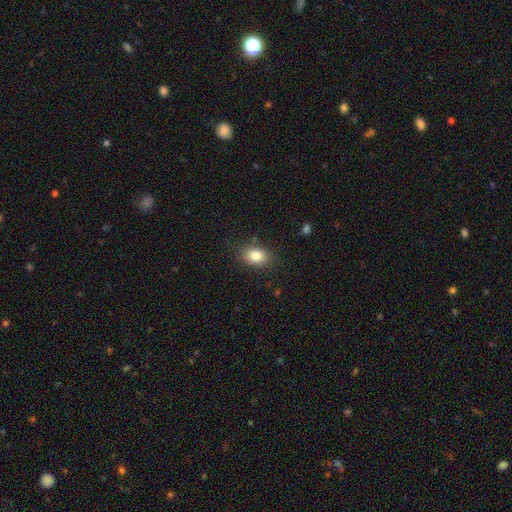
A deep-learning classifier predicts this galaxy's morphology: Overall: smooth (83%). How rounded: in between (76%). Merging: none (83%).